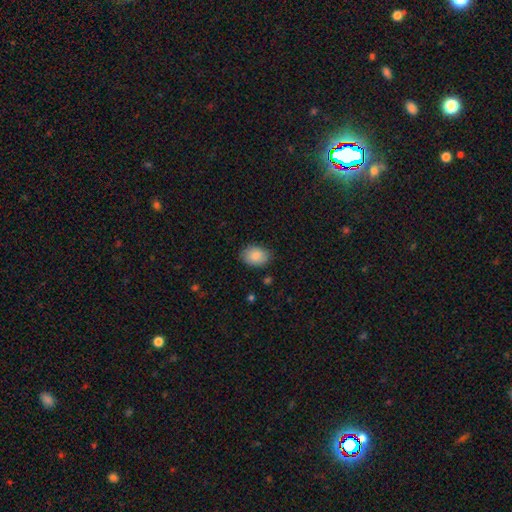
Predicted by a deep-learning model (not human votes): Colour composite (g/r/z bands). It shows a smooth galaxy with no disk features (86%) that is in between round and cigar-shaped (75%). Merging: none (84%).